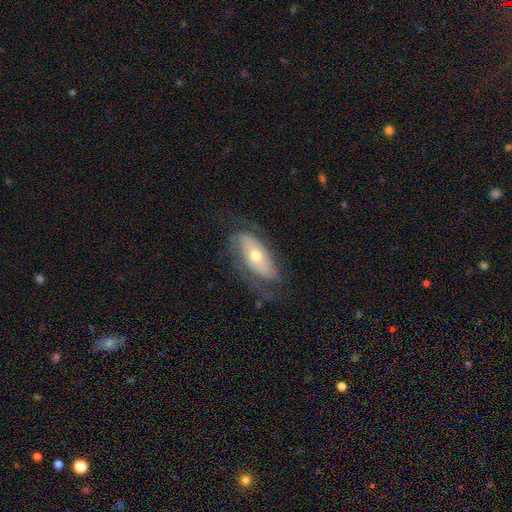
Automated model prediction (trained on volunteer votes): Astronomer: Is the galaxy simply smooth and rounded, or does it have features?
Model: featured or disk — 62%.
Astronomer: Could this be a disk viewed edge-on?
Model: no — 85%.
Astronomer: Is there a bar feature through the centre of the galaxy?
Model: no — 70%.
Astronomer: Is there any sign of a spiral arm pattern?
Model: yes — 71%.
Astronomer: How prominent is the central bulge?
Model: moderate — 64%.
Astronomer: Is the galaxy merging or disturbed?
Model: none — 62%.